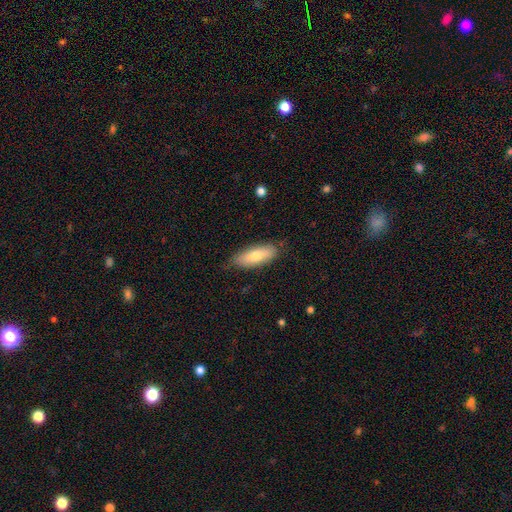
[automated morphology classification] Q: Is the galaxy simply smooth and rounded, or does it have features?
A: smooth — 70%.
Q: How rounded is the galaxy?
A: in between — 73%.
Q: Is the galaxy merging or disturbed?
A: none — 79%.